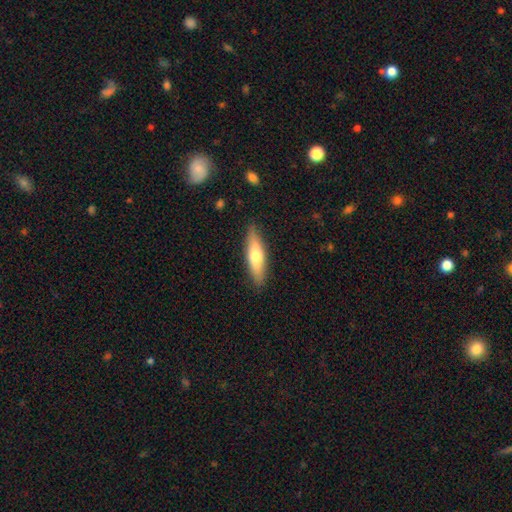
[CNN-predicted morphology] Overall: smooth (60%; featured or disk 35%). How rounded: cigar-shaped (70%). Merging: none (88%).